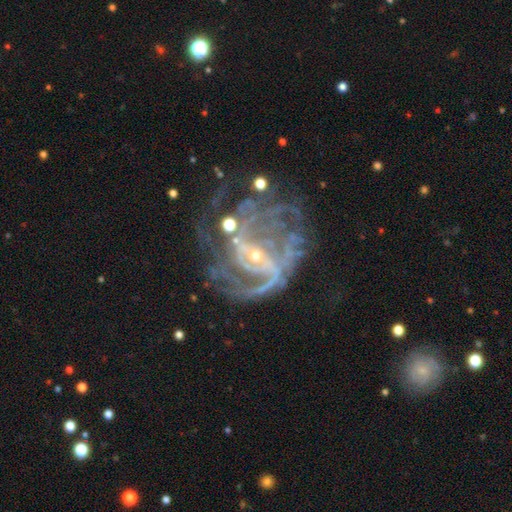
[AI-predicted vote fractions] Q: Smooth or featured?
A: featured or disk (86%); runner-up: star or artifact (10%)
Q: Edge-on disk?
A: no (98%); runner-up: yes (2%)
Q: Bar?
A: weak (40%); runner-up: no (35%)
Q: Spiral arms?
A: yes (90%); runner-up: no (10%)
Q: Spiral winding?
A: medium (43%); runner-up: tight (34%)
Q: Spiral arm count?
A: can't tell (31%); runner-up: 2 (26%)
Q: Bulge size?
A: small (78%); runner-up: moderate (14%)
Q: Merging?
A: major disturbance (39%); runner-up: none (34%)